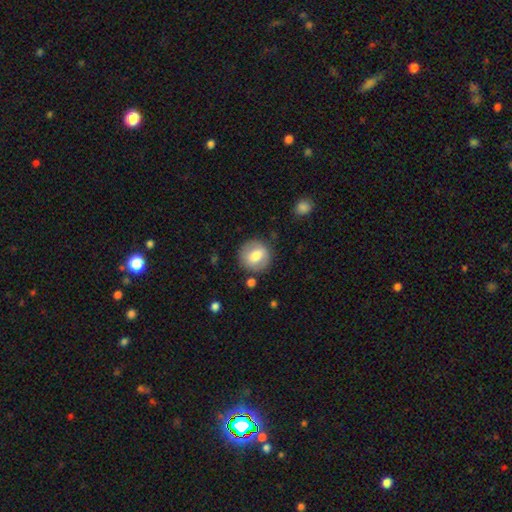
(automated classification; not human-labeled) Morphology: type=smooth (68%); roundness=round (87%); merging=none (83%).